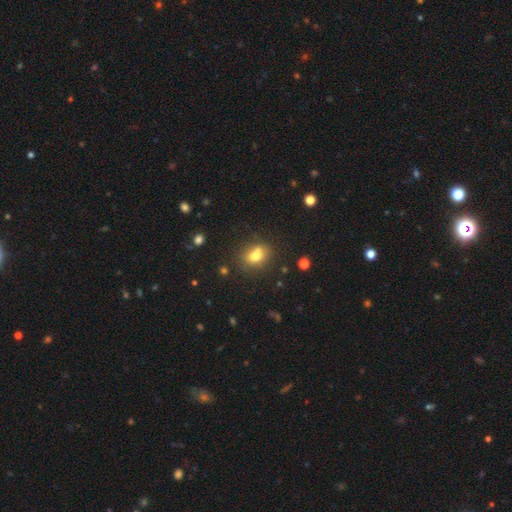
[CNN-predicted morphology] Smooth or featured?
  - smooth: 70% *
  - featured or disk: 17%
  - star or artifact: 14%
How rounded?
  - in between: 50% *
  - round: 48%
  - cigar-shaped: 2%
Merging?
  - none: 50% *
  - merger: 32%
  - minor disturbance: 13%
  - major disturbance: 5%